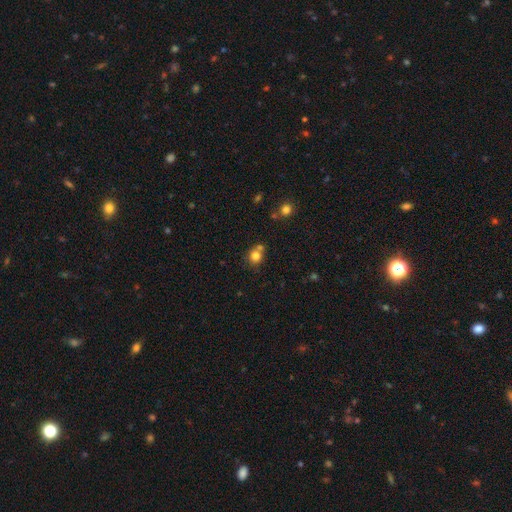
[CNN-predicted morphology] Smooth or featured: smooth — 79% (star or artifact — 13%)
How rounded: round — 81% (in between — 18%)
Merging: none — 56% (merger — 28%)